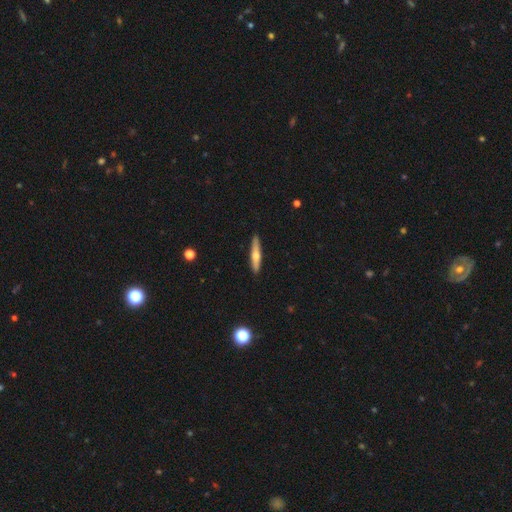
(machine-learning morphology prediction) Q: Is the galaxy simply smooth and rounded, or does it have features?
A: smooth — 48%.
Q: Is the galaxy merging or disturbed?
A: none — 90%.